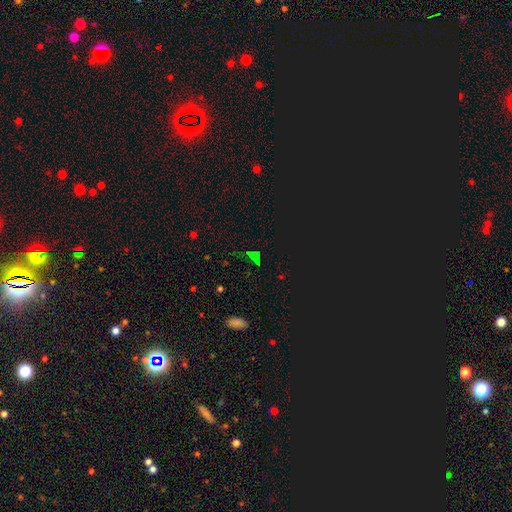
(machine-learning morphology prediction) smooth-or-featured: star or artifact: 74% | smooth: 18% | featured or disk: 9%